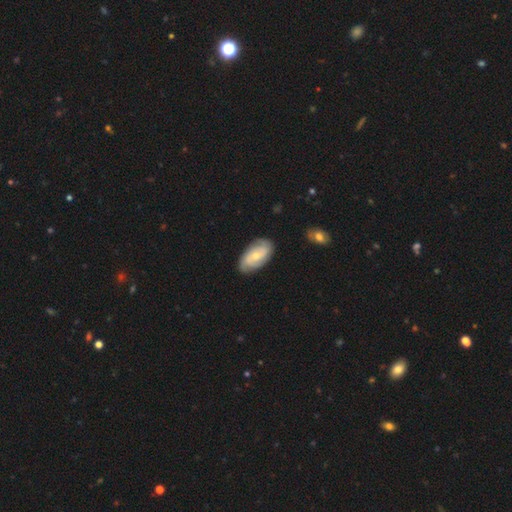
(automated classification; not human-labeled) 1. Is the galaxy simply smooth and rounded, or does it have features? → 63% featured or disk, 31% smooth, 6% star or artifact.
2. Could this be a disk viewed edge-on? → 95% no, 5% yes.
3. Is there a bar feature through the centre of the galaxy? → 60% no, 34% weak, 7% strong.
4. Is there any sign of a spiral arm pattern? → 89% yes, 11% no.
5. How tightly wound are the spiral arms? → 43% tight, 38% medium, 19% loose.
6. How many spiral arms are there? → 46% 2, 27% can't tell, 16% 3, 5% 4, 3% 1, 3% more than 4.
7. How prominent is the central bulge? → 54% small, 42% moderate, 2% large, 2% none, 1% dominant.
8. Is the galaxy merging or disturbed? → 82% none, 14% minor disturbance, 3% major disturbance, 1% merger.